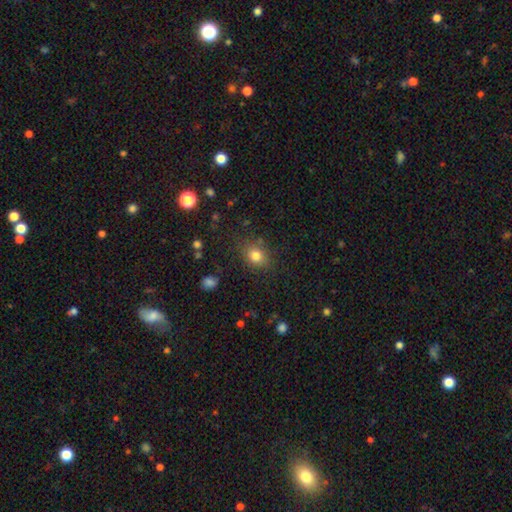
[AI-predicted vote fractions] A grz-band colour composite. It shows a smooth galaxy with no disk features (80%) that is round (53%). Merging: none (79%).